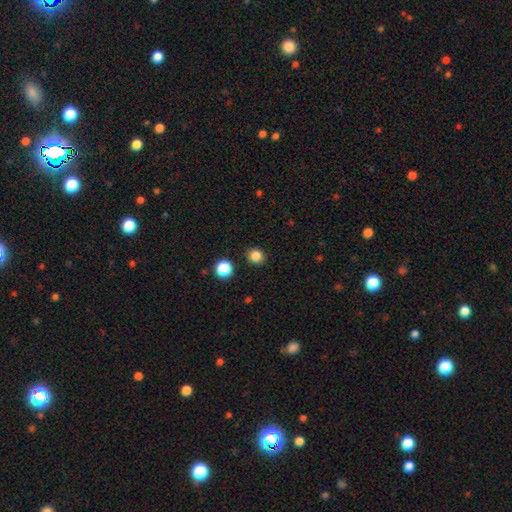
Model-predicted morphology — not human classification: This appears to be a smooth galaxy with no disk features (85%) that is round (90%). Merging: none (91%).